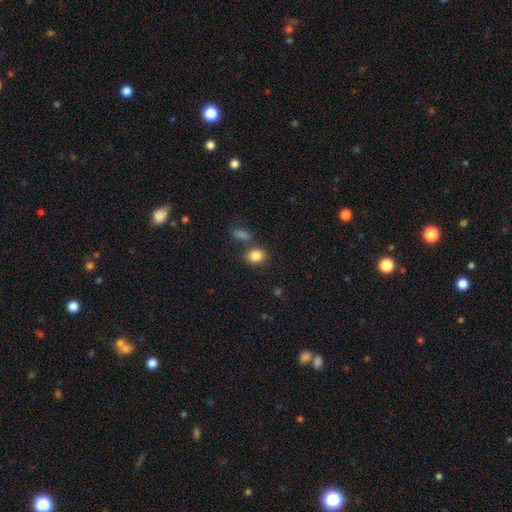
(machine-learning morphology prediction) Smooth or featured?
  - smooth: 84% *
  - star or artifact: 10%
  - featured or disk: 6%
How rounded?
  - round: 56% *
  - in between: 42%
  - cigar-shaped: 1%
Merging?
  - none: 67% *
  - merger: 15%
  - minor disturbance: 13%
  - major disturbance: 4%